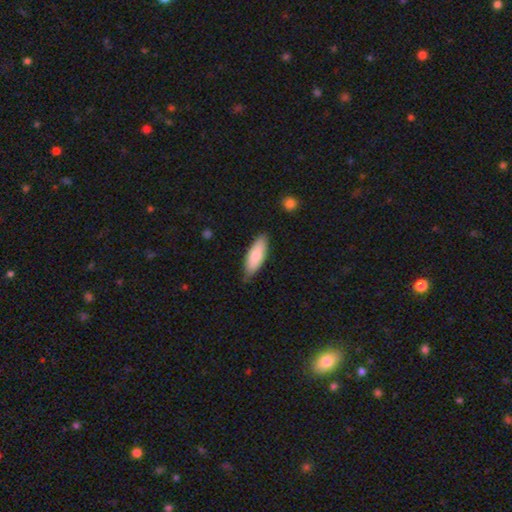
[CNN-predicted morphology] Smooth or featured: smooth — 80% (featured or disk — 15%)
How rounded: in between — 62% (cigar-shaped — 36%)
Merging: none — 79% (minor disturbance — 17%)